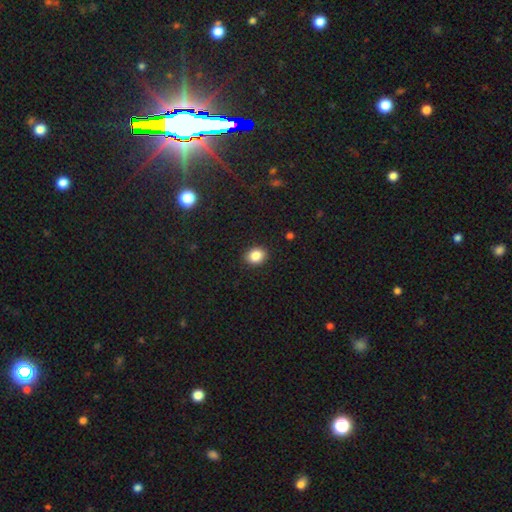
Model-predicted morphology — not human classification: A smooth galaxy with no disk features (86%) that is in between round and cigar-shaped (53%).

Vote fractions:
- Smooth or featured? smooth: 86% / star or artifact: 9% / featured or disk: 4%
- How rounded? in between: 53% / round: 46% / cigar-shaped: 1%
- Merging? none: 90% / minor disturbance: 7% / major disturbance: 2% / merger: 1%